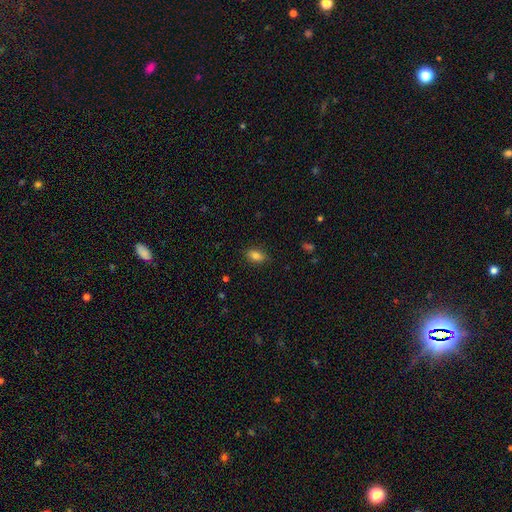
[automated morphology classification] smooth-or-featured: smooth: 82% | star or artifact: 10% | featured or disk: 9%
  how-rounded: in between: 83% | round: 12% | cigar-shaped: 4%
  merging: none: 85% | minor disturbance: 11% | major disturbance: 2% | merger: 1%